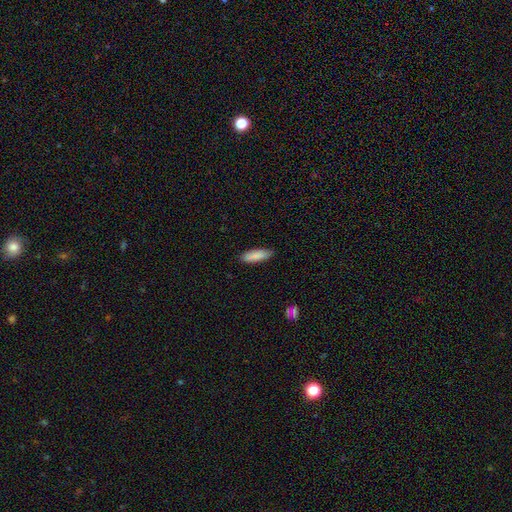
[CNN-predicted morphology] Smooth or featured: smooth — 87% (featured or disk — 7%)
How rounded: in between — 57% (cigar-shaped — 42%)
Merging: none — 87% (minor disturbance — 10%)